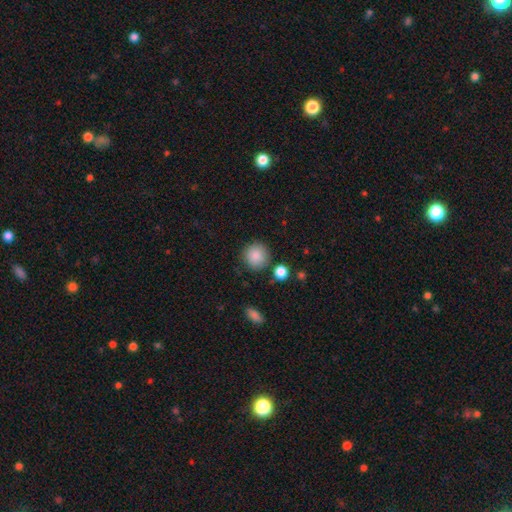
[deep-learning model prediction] Smooth or featured: smooth — 87% (star or artifact — 8%)
How rounded: round — 92% (in between — 7%)
Merging: none — 84% (minor disturbance — 9%)